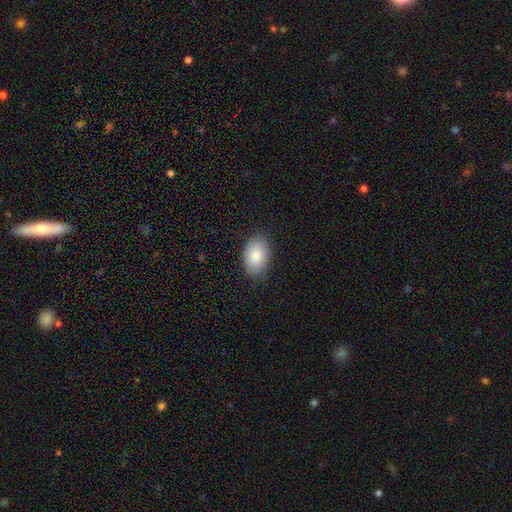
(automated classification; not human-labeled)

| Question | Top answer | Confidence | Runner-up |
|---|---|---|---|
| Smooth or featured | smooth | 85% | featured or disk (8%) |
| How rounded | in between | 89% | round (10%) |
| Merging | none | 84% | minor disturbance (12%) |